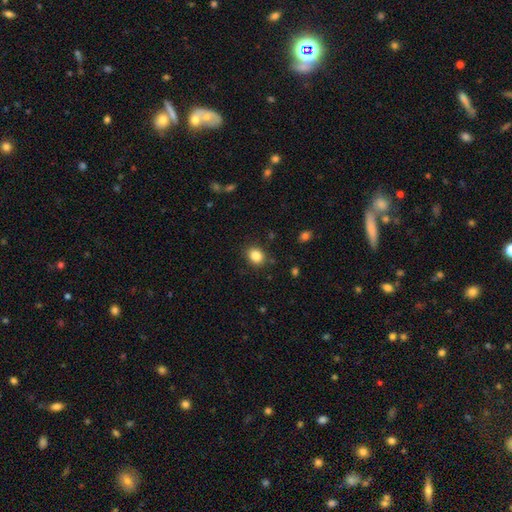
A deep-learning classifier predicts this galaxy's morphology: Smooth or featured? Predicted: smooth (p=0.85). How rounded? Predicted: round (p=0.61). Merging? Predicted: none (p=0.87).